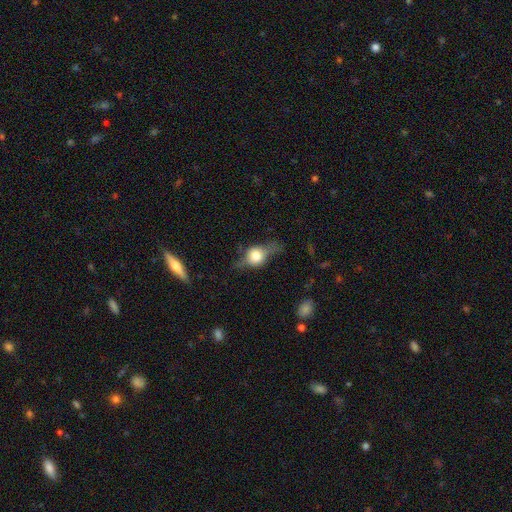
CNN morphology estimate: A featured or disk galaxy (51%) viewed edge-on (87%).

Vote fractions:
- Smooth or featured? featured or disk: 51% / smooth: 40% / star or artifact: 9%
- Edge-on disk? yes: 87% / no: 13%
- Merging? none: 61% / minor disturbance: 24% / major disturbance: 14% / merger: 2%